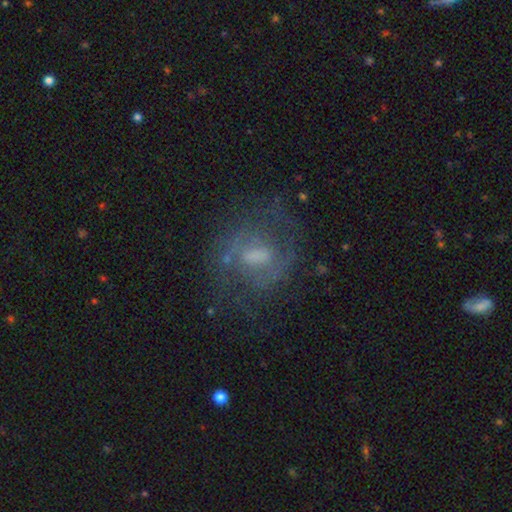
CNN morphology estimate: Overall: featured or disk (68%). Edge-on disk: no (95%). Bar: weak (51%; no 28%). Spiral arms: yes (76%). Bulge size: moderate (39%; small 24%). Merging: none (64%).